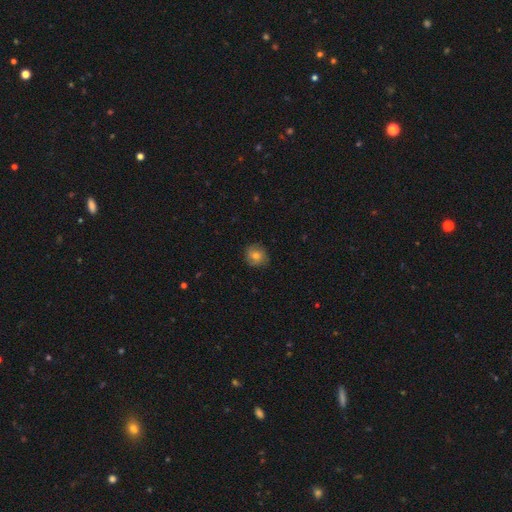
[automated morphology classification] Smooth or featured: smooth — 67% (featured or disk — 23%)
How rounded: round — 87% (in between — 12%)
Merging: none — 83% (minor disturbance — 13%)